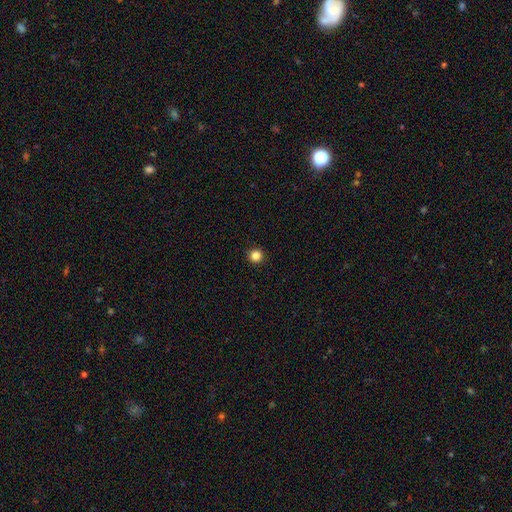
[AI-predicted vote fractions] Smooth or featured? smooth (85%)
How rounded? round (96%)
Merging? none (94%)